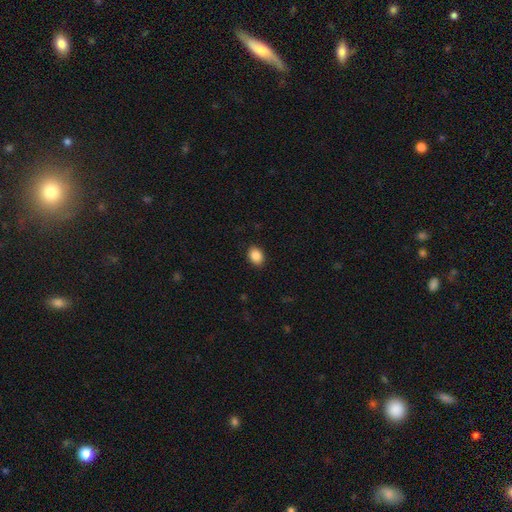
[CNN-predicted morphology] This is clearly a smooth galaxy (88%). How rounded: likely in between (68%). Merging: clearly none (90%).